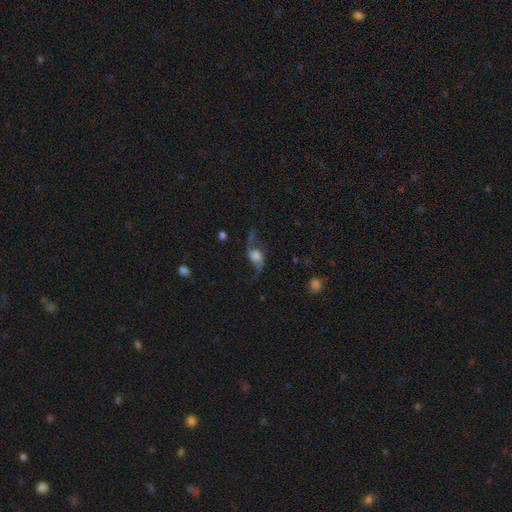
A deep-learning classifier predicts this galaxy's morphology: Smooth or featured: featured or disk — 69% (smooth — 21%)
Edge-on disk: no — 91% (yes — 9%)
Bar: no — 66% (weak — 27%)
Spiral arms: yes — 92% (no — 8%)
Spiral winding: loose — 88% (medium — 10%)
Spiral arm count: 2 — 92% (1 — 3%)
Bulge size: large — 39% (moderate — 18%)
Merging: none — 59% (major disturbance — 19%)